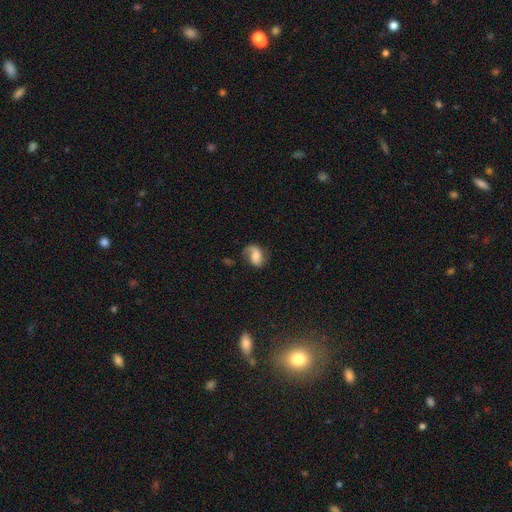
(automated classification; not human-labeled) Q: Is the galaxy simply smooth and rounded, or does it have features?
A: featured or disk — 53%.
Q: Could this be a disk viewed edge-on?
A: no — 97%.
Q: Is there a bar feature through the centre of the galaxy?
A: no — 51%.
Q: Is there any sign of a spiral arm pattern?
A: yes — 89%.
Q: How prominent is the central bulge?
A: moderate — 42%.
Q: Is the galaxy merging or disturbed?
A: none — 55%.